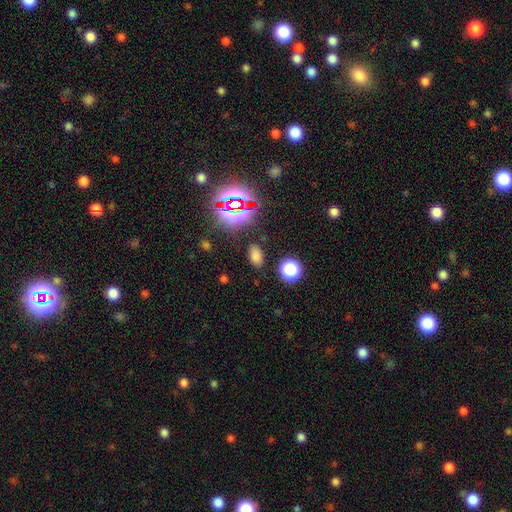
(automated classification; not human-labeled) Q: Smooth or featured?
A: smooth (70%); runner-up: star or artifact (25%)
Q: How rounded?
A: in between (88%); runner-up: round (10%)
Q: Merging?
A: none (86%); runner-up: minor disturbance (9%)